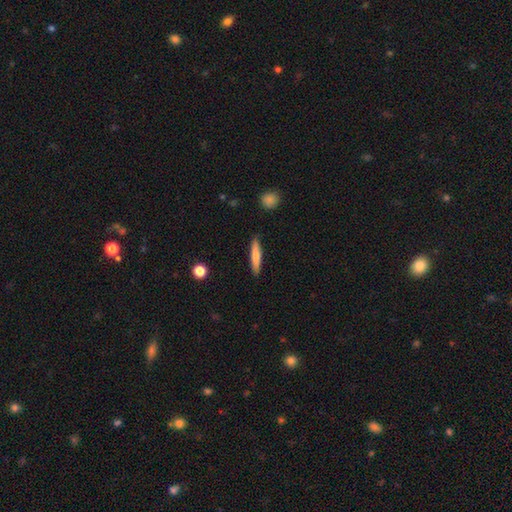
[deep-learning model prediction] Overall: smooth (73%). How rounded: cigar-shaped (90%). Merging: none (88%).